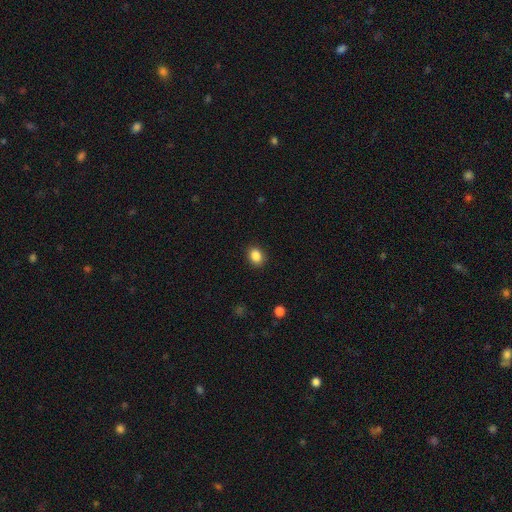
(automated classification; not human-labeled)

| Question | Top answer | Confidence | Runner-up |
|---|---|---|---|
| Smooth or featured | smooth | 87% | star or artifact (10%) |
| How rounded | round | 52% | in between (47%) |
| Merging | none | 89% | minor disturbance (8%) |